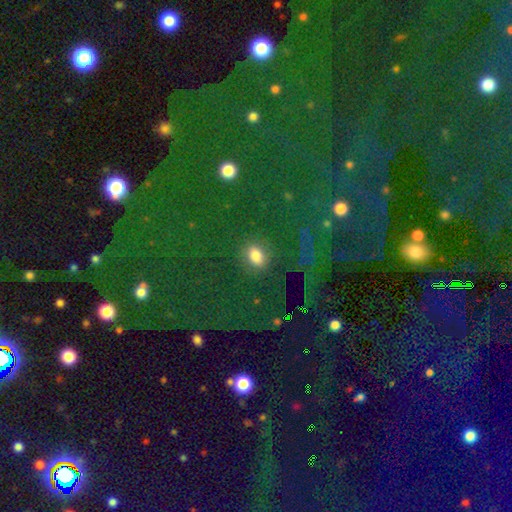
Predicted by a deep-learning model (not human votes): Smooth or featured? Predicted: smooth (p=0.63). How rounded? Predicted: in between (p=0.70). Merging? Predicted: none (p=0.77).